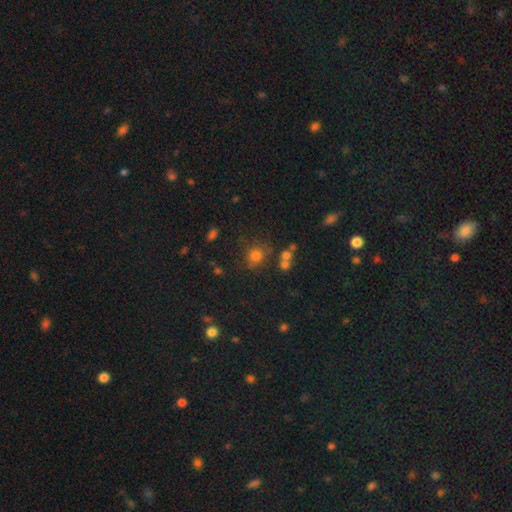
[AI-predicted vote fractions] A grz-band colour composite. It shows a smooth galaxy with no disk features (73%) that is round (81%). Merging: none (69%).